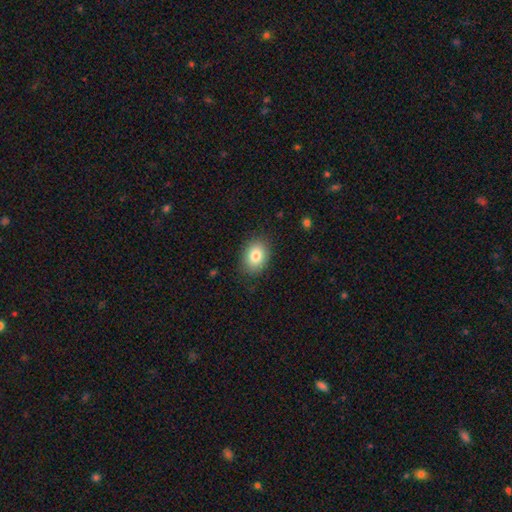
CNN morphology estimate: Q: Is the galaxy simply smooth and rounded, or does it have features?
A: smooth — 83%.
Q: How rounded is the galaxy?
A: in between — 70%.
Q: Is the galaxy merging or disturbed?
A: none — 85%.